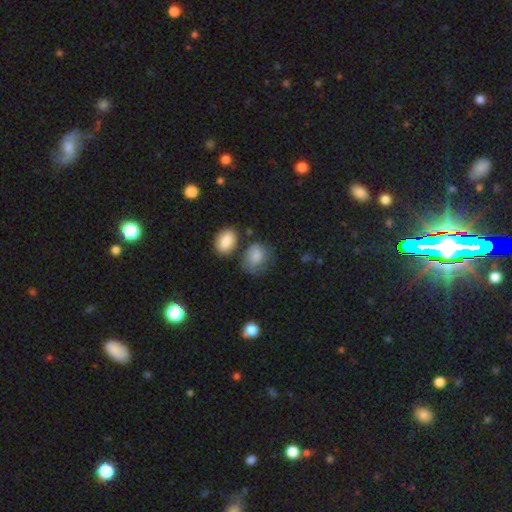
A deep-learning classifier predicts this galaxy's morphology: smooth 82%, featured or disk 10%, star or artifact 8%. Down the decision tree: how rounded — in between (54%); merging — none (46%).